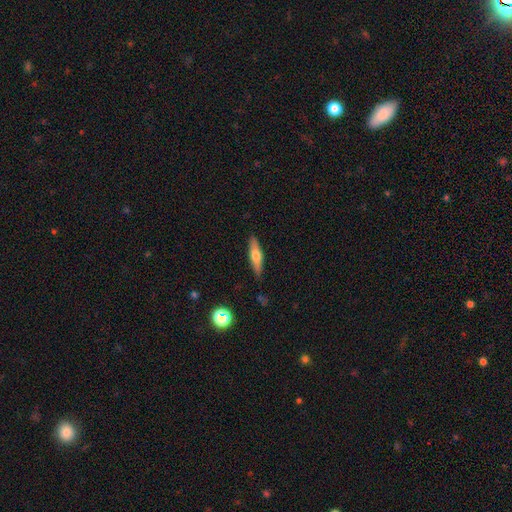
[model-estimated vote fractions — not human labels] The model was most divided on "smooth or featured": smooth: 53%, featured or disk: 40%, star or artifact: 7%. More confident: merging — none (87%); how rounded — cigar-shaped (71%).